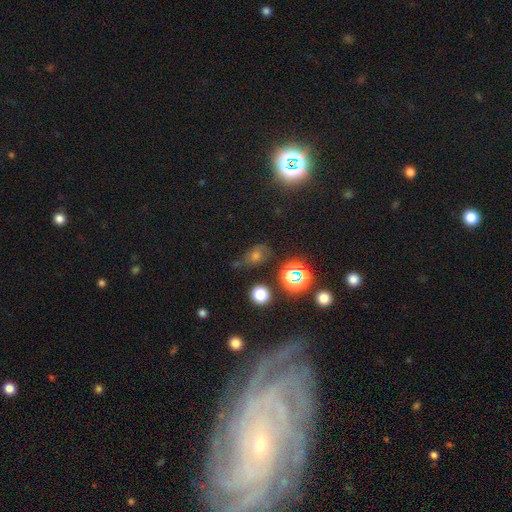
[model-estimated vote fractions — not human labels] Overall: smooth (57%; star or artifact 30%). How rounded: in between (59%; round 37%). Merging: none (60%; minor disturbance 24%).